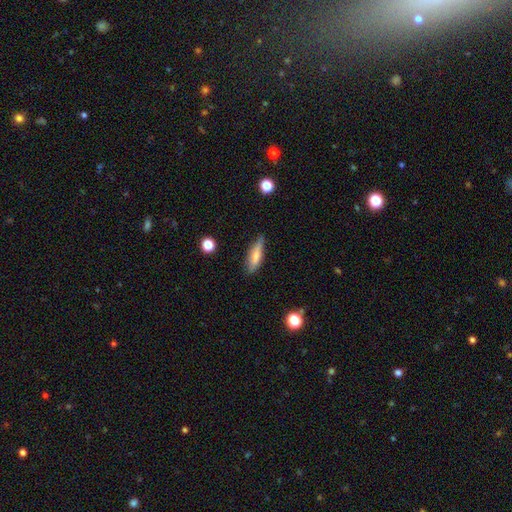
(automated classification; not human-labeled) Overall: smooth (72%). How rounded: cigar-shaped (61%; in between 37%). Merging: none (72%).